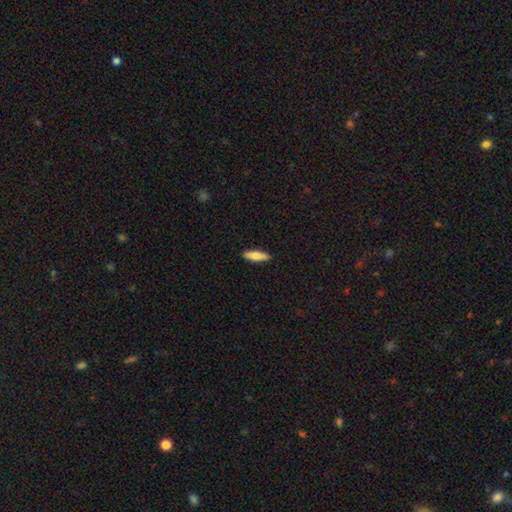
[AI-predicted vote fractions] smooth-or-featured: smooth: 76% | featured or disk: 18% | star or artifact: 6%
  how-rounded: cigar-shaped: 66% | in between: 32% | round: 2%
  merging: none: 90% | minor disturbance: 7% | major disturbance: 2% | merger: 1%